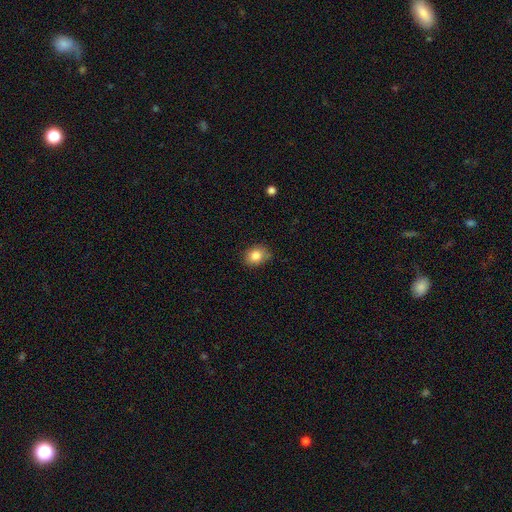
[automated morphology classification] A smooth galaxy with no disk features (84%) that is in between round and cigar-shaped (56%). Merging: none (77%).